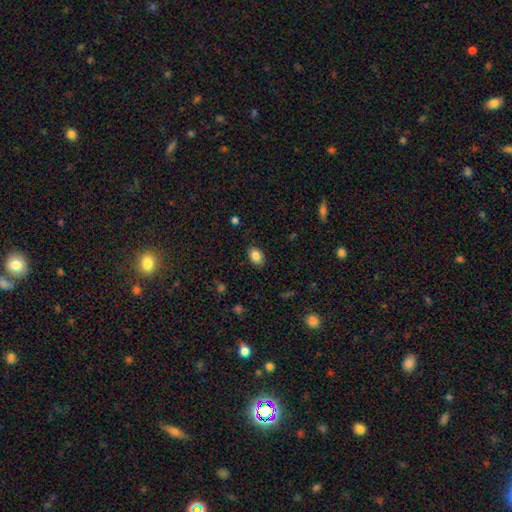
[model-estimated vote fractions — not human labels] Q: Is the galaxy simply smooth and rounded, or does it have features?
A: smooth — 85%.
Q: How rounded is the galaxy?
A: in between — 84%.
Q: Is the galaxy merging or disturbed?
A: none — 84%.